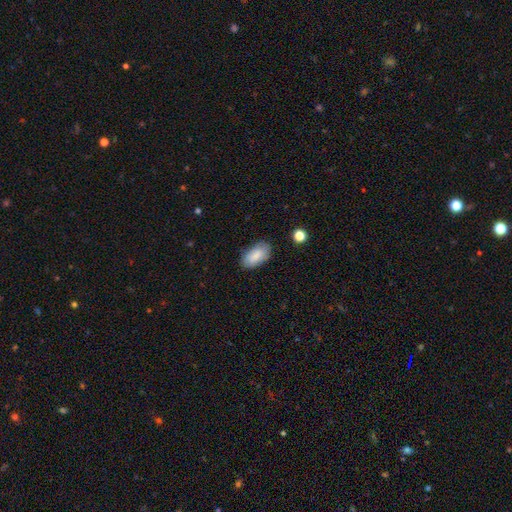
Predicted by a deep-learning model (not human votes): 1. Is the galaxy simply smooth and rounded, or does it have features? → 85% smooth, 8% featured or disk, 7% star or artifact.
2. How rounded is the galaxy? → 94% in between, 3% cigar-shaped, 3% round.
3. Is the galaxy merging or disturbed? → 81% none, 14% minor disturbance, 3% major disturbance, 1% merger.